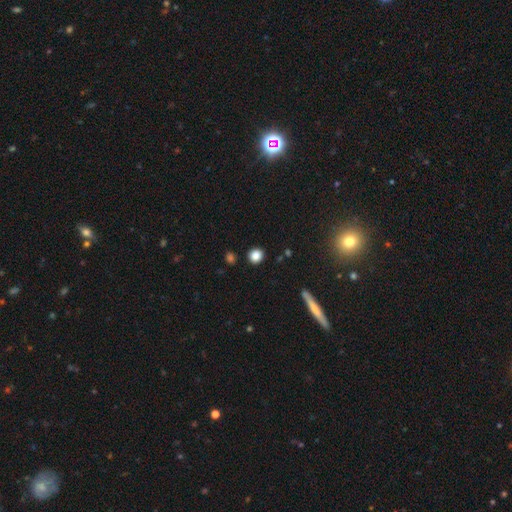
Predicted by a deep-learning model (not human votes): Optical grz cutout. It shows a smooth galaxy with no disk features (85%) that is round (83%). Merging: none (89%).